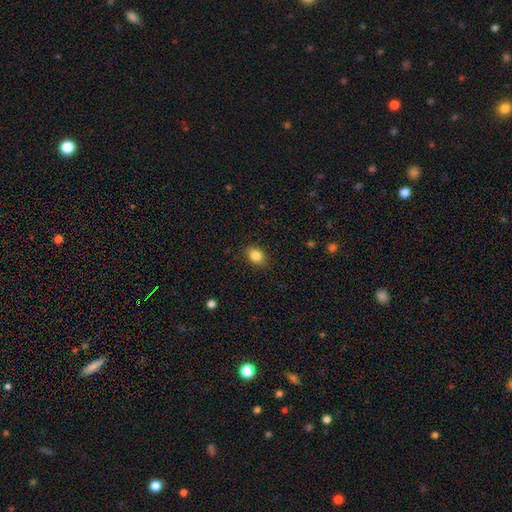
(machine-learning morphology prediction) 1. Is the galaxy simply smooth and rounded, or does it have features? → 86% smooth, 9% star or artifact, 5% featured or disk.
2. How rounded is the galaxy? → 70% in between, 29% round, 1% cigar-shaped.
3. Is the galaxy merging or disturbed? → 86% none, 10% minor disturbance, 3% major disturbance, 1% merger.